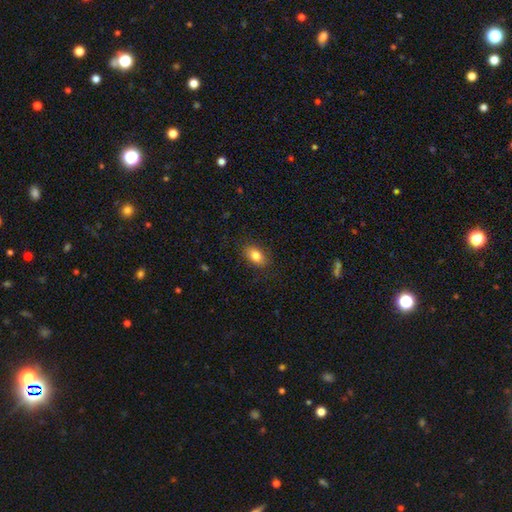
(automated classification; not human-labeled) This is clearly a smooth galaxy (82%). How rounded: clearly in between (87%). Merging: clearly none (86%).